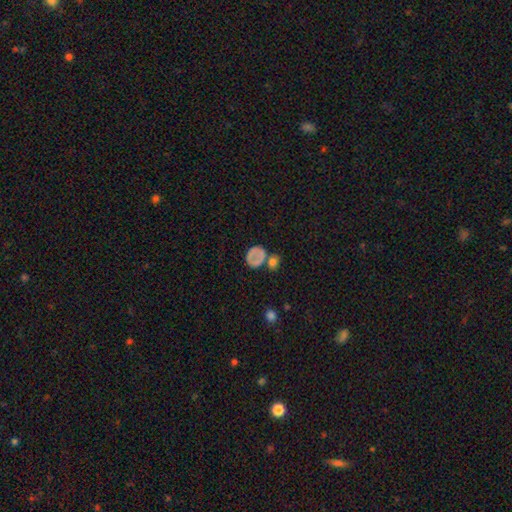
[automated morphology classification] Smooth or featured: smooth — 62% (featured or disk — 24%)
How rounded: round — 69% (in between — 30%)
Merging: none — 56% (merger — 18%)